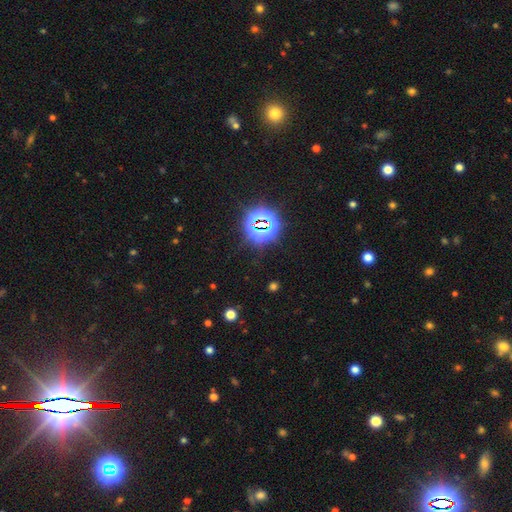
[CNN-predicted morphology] This appears to be a star or artifact, not a galaxy (80%).